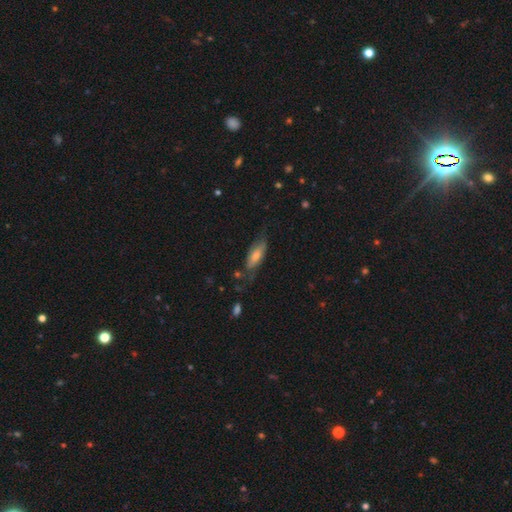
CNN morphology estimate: Smooth or featured? Predicted: smooth (p=0.60). How rounded? Predicted: in between (p=0.69). Merging? Predicted: none (p=0.55).